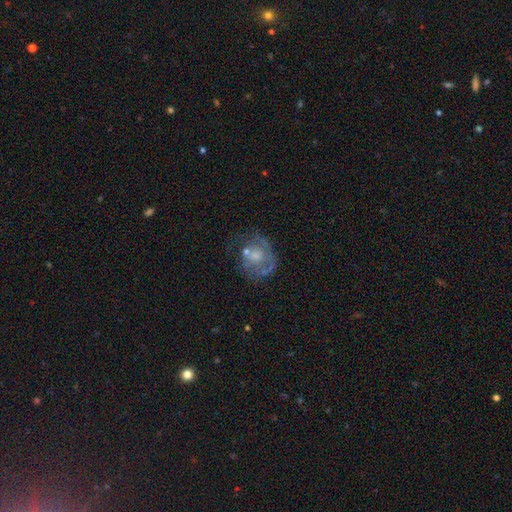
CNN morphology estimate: type=featured or disk (63%); edge-on=no (97%); bar=no (83%); spiral arms=no (52%); bulge=moderate (42%); merging=none (50%).